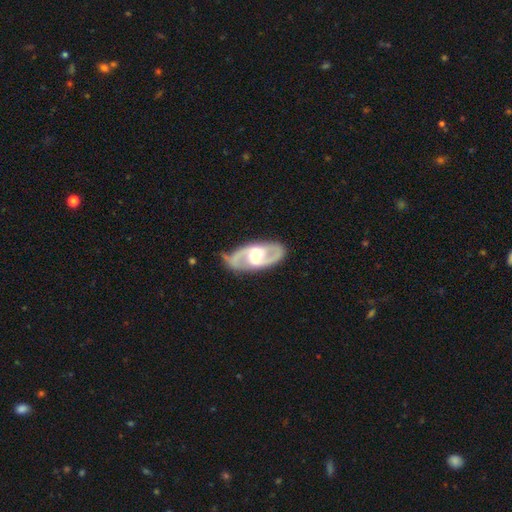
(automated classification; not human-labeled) This is clearly a featured or disk galaxy (83%). It is clearly not viewed edge-on (93%). Bar: marginally weak (43%). Spiral arm pattern: clearly yes (86%). Spiral arm count: clearly 2 (90%). Spiral winding: possibly medium (51%). Central bulge: likely moderate (64%). Merging: likely none (79%).